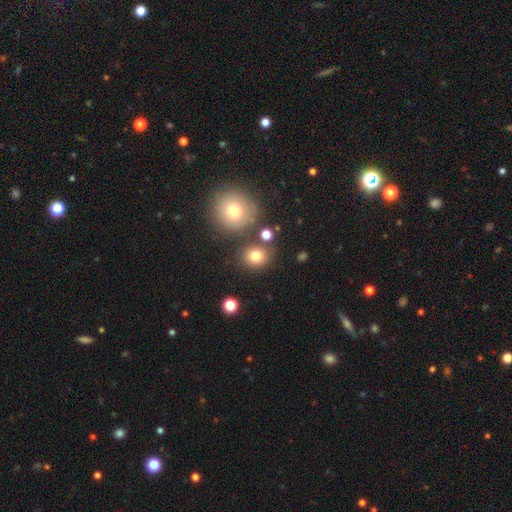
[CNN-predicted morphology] A smooth galaxy with no disk features (78%) that is round (80%). Merging: none (76%).